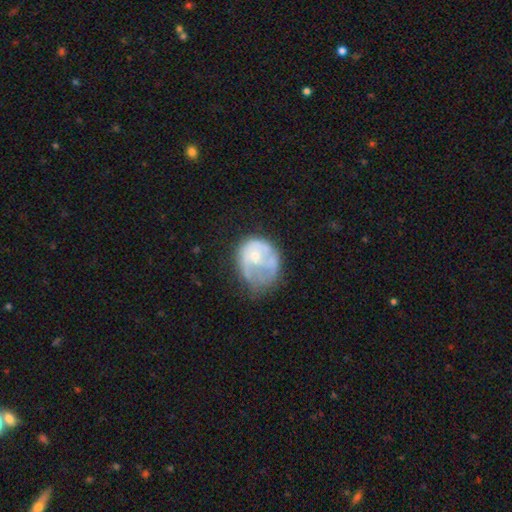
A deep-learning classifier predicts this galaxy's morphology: The model was most divided on "merging": major disturbance: 39%, none: 28%, minor disturbance: 27%, merger: 6%. More confident: edge-on disk — no (98%); bar — no (84%); spiral arms — no (62%); bulge size — small (55%); smooth or featured — featured or disk (54%).